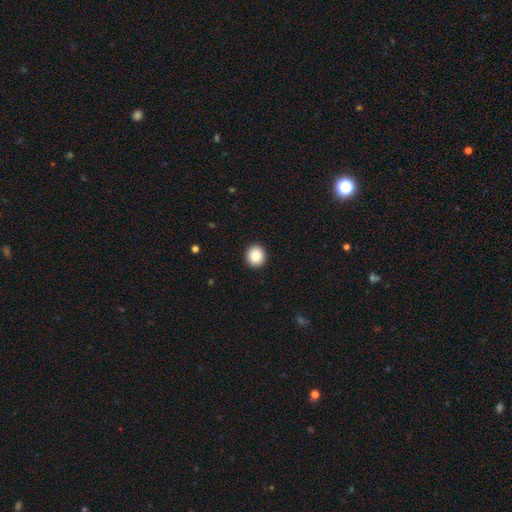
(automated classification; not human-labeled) A smooth galaxy with no disk features (84%) that is round (90%).

Vote fractions:
- Smooth or featured? smooth: 84% / star or artifact: 9% / featured or disk: 7%
- How rounded? round: 90% / in between: 9% / cigar-shaped: 1%
- Merging? none: 93% / minor disturbance: 4% / major disturbance: 1% / merger: 1%